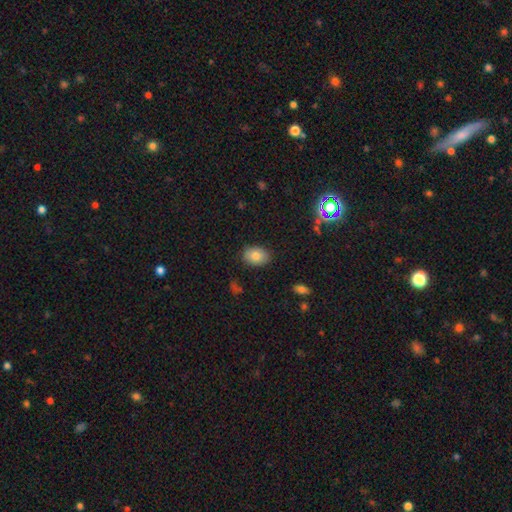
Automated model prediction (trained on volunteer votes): Smooth or featured?
  - smooth: 81% *
  - featured or disk: 10%
  - star or artifact: 9%
How rounded?
  - in between: 79% *
  - round: 20%
  - cigar-shaped: 1%
Merging?
  - none: 86% *
  - minor disturbance: 10%
  - major disturbance: 2%
  - merger: 1%